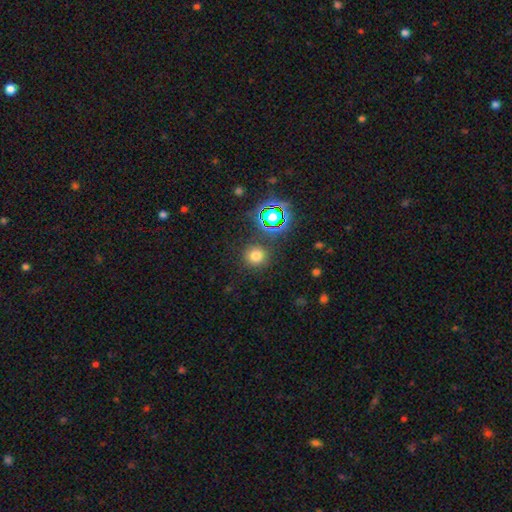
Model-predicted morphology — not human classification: type=smooth (71%); roundness=round (92%); merging=none (86%).